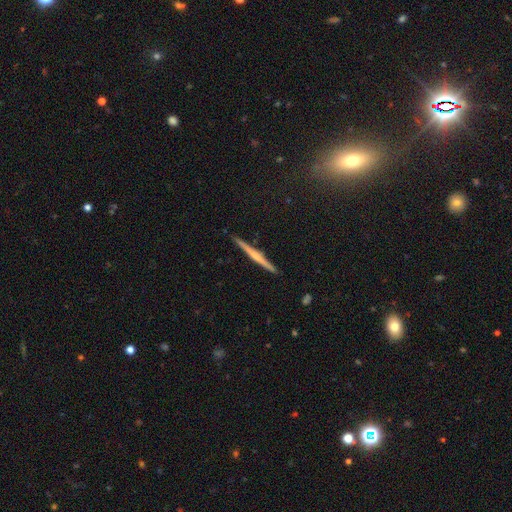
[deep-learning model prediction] Morphology: type=featured or disk (68%); edge-on=yes (98%); edge-on bulge=rounded (56%); merging=none (92%).